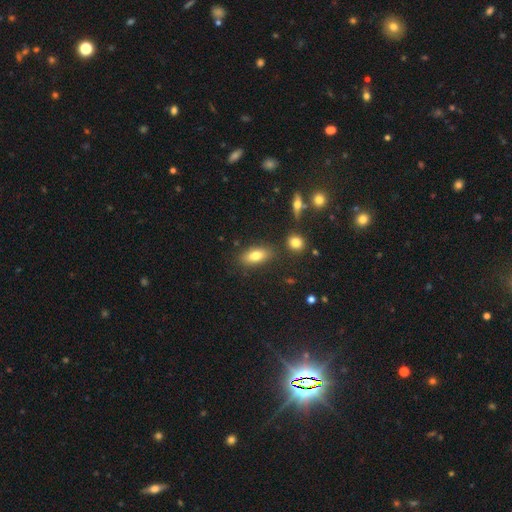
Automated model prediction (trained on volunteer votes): Q: Smooth or featured?
A: smooth (77%); runner-up: featured or disk (14%)
Q: How rounded?
A: in between (83%); runner-up: cigar-shaped (11%)
Q: Merging?
A: none (80%); runner-up: minor disturbance (11%)